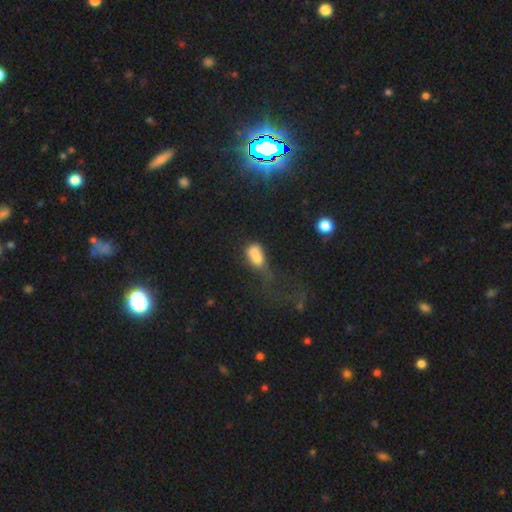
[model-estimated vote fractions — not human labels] The model was most divided on "merging": merger: 36%, major disturbance: 29%, minor disturbance: 18%, none: 17%. More confident: how rounded — in between (77%); smooth or featured — smooth (70%).